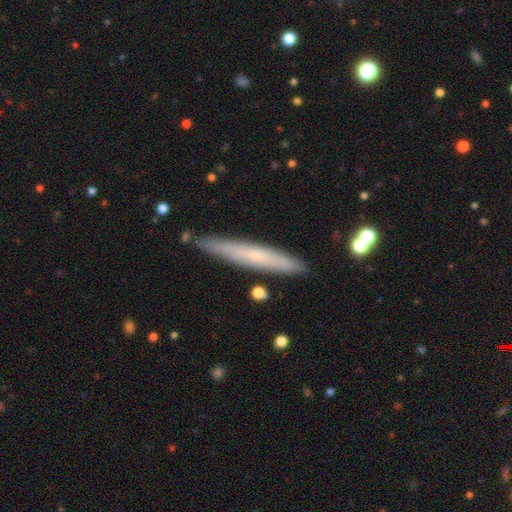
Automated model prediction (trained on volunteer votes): A smooth galaxy with no disk features (49%).

Vote fractions:
- Smooth or featured? smooth: 49% / featured or disk: 44% / star or artifact: 7%
- Merging? none: 85% / minor disturbance: 11% / merger: 3% / major disturbance: 2%